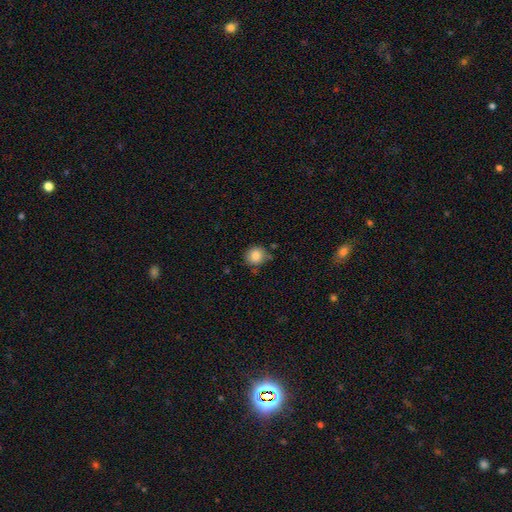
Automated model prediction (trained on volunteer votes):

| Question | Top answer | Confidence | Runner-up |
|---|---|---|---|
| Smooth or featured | smooth | 85% | star or artifact (9%) |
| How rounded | round | 86% | in between (13%) |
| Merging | none | 73% | minor disturbance (19%) |